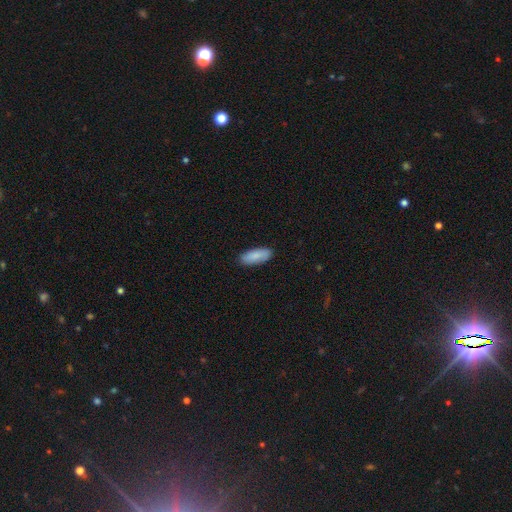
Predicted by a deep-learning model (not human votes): Q: Smooth or featured?
A: smooth (87%); runner-up: featured or disk (8%)
Q: How rounded?
A: in between (76%); runner-up: cigar-shaped (23%)
Q: Merging?
A: none (88%); runner-up: minor disturbance (9%)